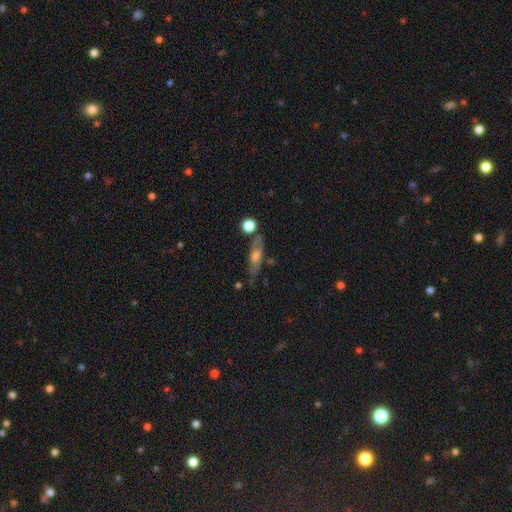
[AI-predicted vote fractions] Morphology: type=featured or disk (50%); edge-on=no (50%, tied with yes); merging=none (68%).